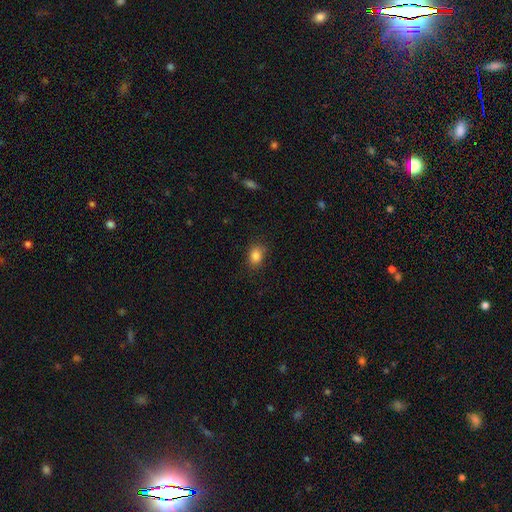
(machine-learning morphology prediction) A smooth galaxy with no disk features (84%) that is in between round and cigar-shaped (64%). Merging: none (82%).